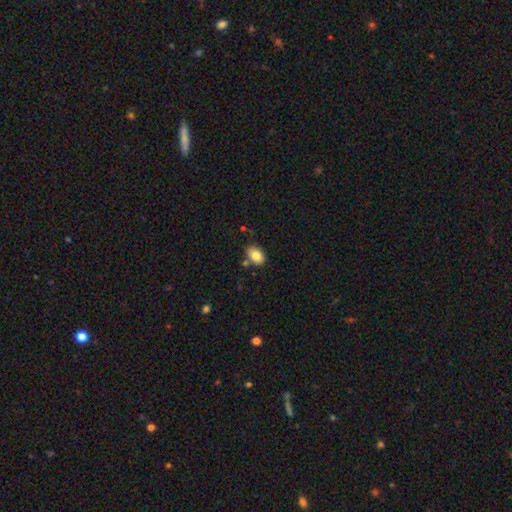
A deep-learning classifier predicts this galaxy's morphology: The model was most divided on "merging": none: 76%, minor disturbance: 14%, merger: 7%, major disturbance: 3%. More confident: smooth or featured — smooth (83%); how rounded — in between (81%).